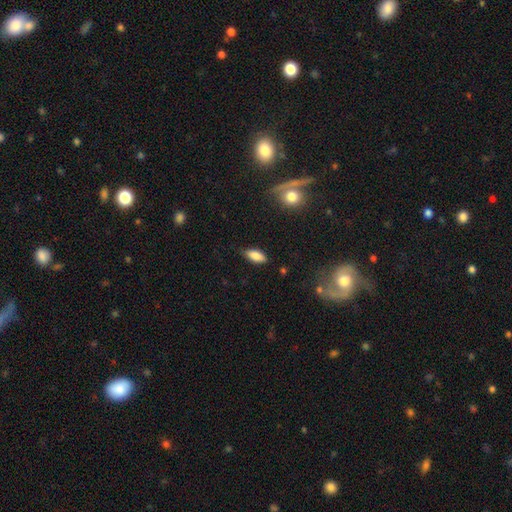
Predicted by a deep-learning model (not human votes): Smooth or featured? smooth (85%)
How rounded? in between (86%)
Merging? none (79%)